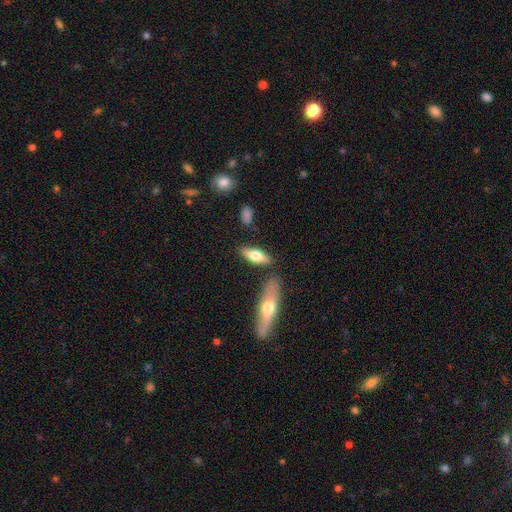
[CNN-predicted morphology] Q: Smooth or featured?
A: smooth (61%); runner-up: featured or disk (34%)
Q: How rounded?
A: in between (54%); runner-up: cigar-shaped (44%)
Q: Merging?
A: none (78%); runner-up: minor disturbance (11%)